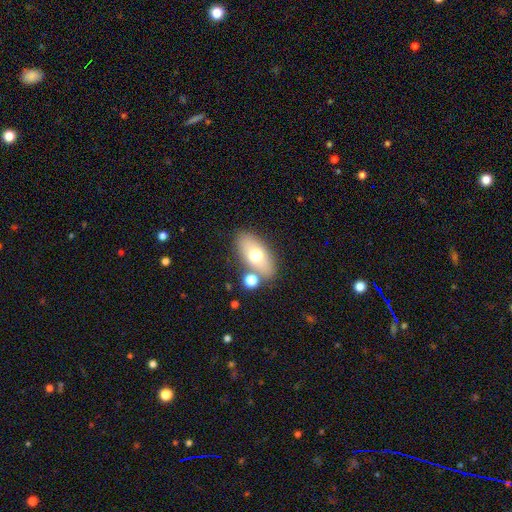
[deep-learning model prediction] Q: Smooth or featured?
A: smooth (66%); runner-up: featured or disk (26%)
Q: How rounded?
A: in between (87%); runner-up: round (7%)
Q: Merging?
A: none (72%); runner-up: merger (13%)